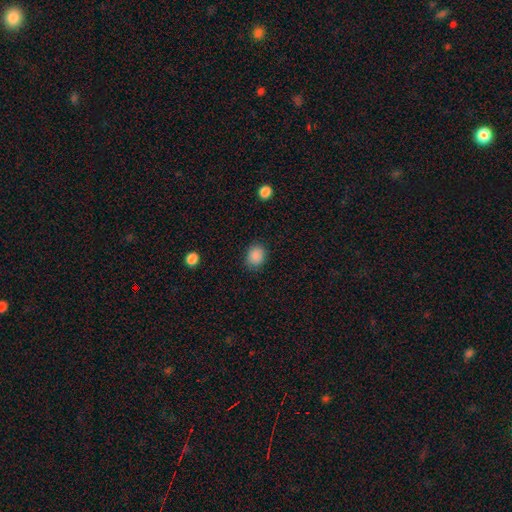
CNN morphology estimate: type=smooth (88%); roundness=round (56%); merging=none (85%).